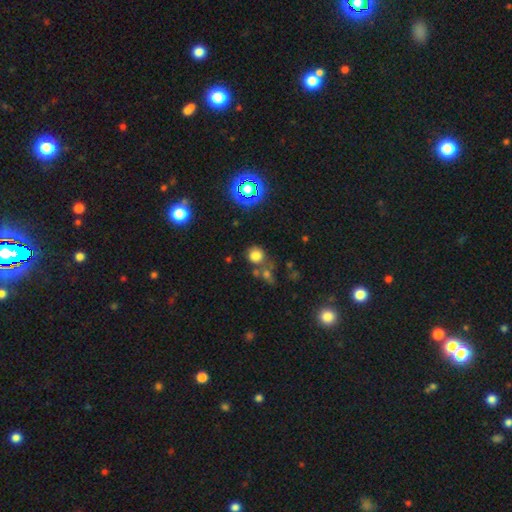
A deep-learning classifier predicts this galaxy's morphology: The model was most divided on "merging": none: 67%, merger: 17%, minor disturbance: 11%, major disturbance: 5%. More confident: how rounded — round (86%); smooth or featured — smooth (72%).